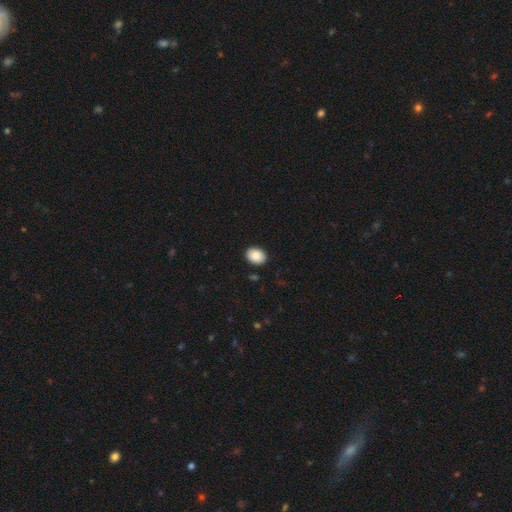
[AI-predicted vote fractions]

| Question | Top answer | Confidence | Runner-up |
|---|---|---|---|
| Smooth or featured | smooth | 89% | star or artifact (7%) |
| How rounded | in between | 64% | round (35%) |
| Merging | none | 90% | minor disturbance (7%) |